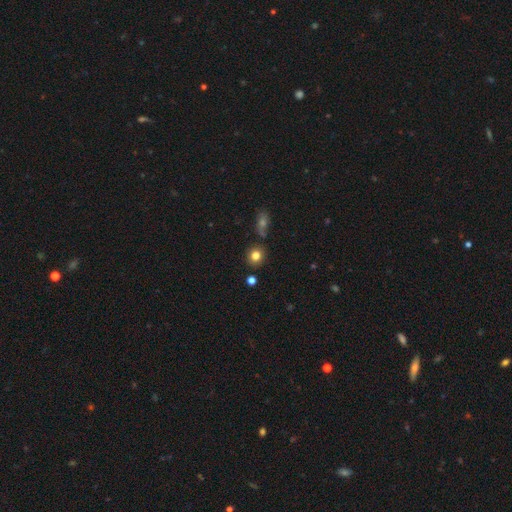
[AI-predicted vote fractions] This appears to be a smooth galaxy with no disk features (81%) that is round (85%). Merging: none (82%).